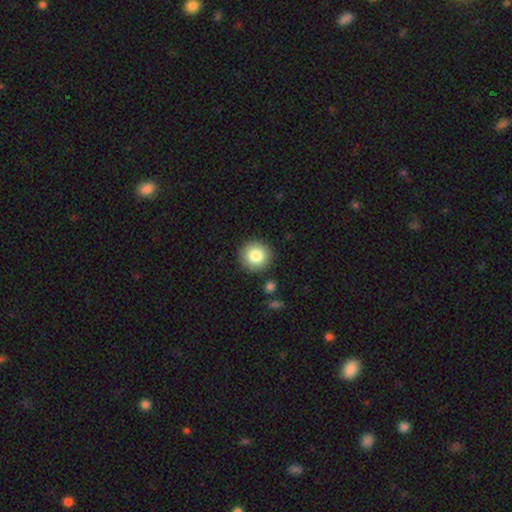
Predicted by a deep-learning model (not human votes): Smooth or featured? Predicted: smooth (p=0.83). How rounded? Predicted: round (p=0.93). Merging? Predicted: none (p=0.89).